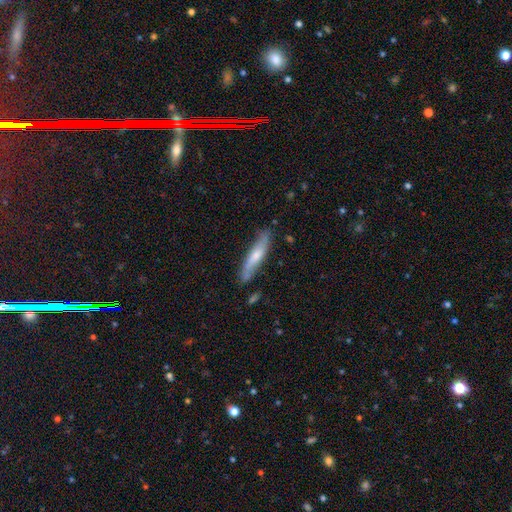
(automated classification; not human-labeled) Q: Smooth or featured?
A: featured or disk (47%); tied with: smooth (47%)
Q: Merging?
A: none (76%); runner-up: minor disturbance (18%)